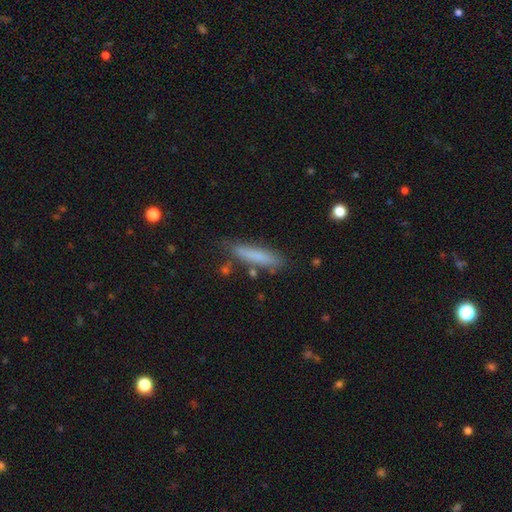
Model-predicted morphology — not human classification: Smooth or featured: smooth — 75% (featured or disk — 17%)
How rounded: cigar-shaped — 84% (in between — 14%)
Merging: none — 75% (minor disturbance — 17%)